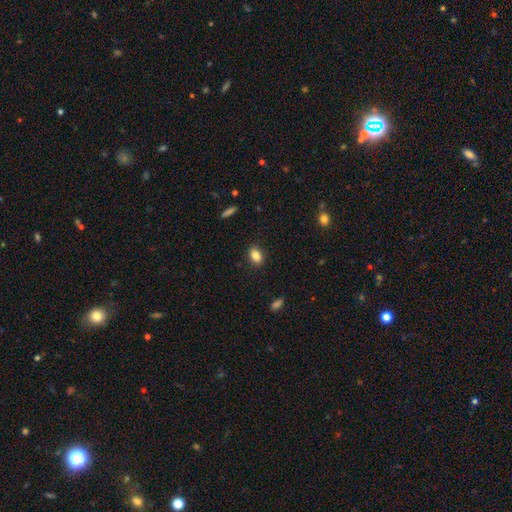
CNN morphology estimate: A smooth galaxy with no disk features (83%) that is in between round and cigar-shaped (77%). Merging: none (88%).